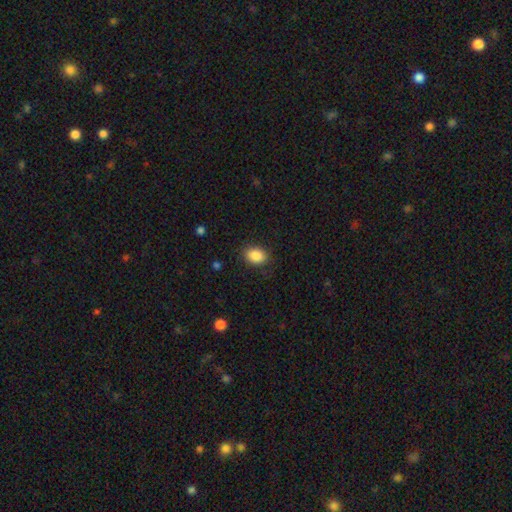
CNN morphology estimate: Smooth or featured?
  - smooth: 88% *
  - star or artifact: 8%
  - featured or disk: 4%
How rounded?
  - in between: 75% *
  - round: 24%
  - cigar-shaped: 1%
Merging?
  - none: 87% *
  - minor disturbance: 10%
  - major disturbance: 3%
  - merger: 1%